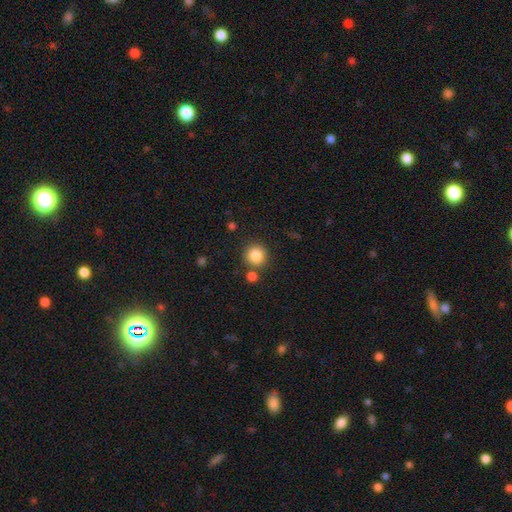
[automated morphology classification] Overall: smooth (85%). How rounded: round (93%). Merging: none (81%).